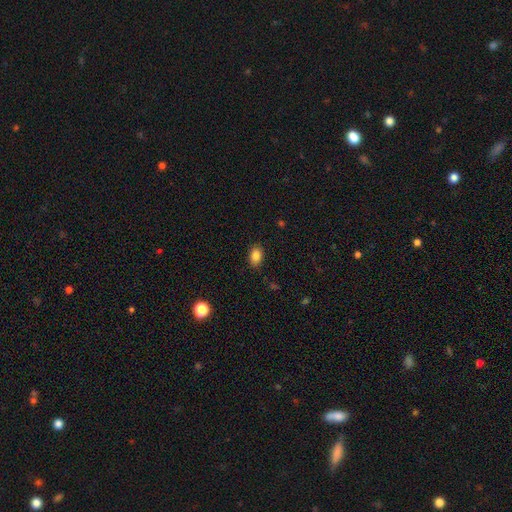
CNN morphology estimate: This appears to be a smooth galaxy with no disk features (86%) that is in between round and cigar-shaped (85%). Merging: none (86%).